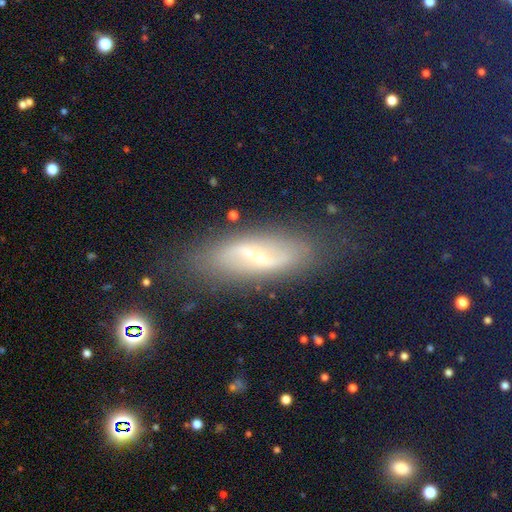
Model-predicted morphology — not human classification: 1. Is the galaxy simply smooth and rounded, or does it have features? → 70% featured or disk, 20% smooth, 10% star or artifact.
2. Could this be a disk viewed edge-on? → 80% no, 20% yes.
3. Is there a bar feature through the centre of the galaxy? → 43% strong, 39% weak, 18% no.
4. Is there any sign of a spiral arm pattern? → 71% yes, 29% no.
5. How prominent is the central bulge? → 69% small, 20% moderate, 7% none, 2% large, 1% dominant.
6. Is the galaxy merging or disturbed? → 76% none, 15% minor disturbance, 6% major disturbance, 3% merger.